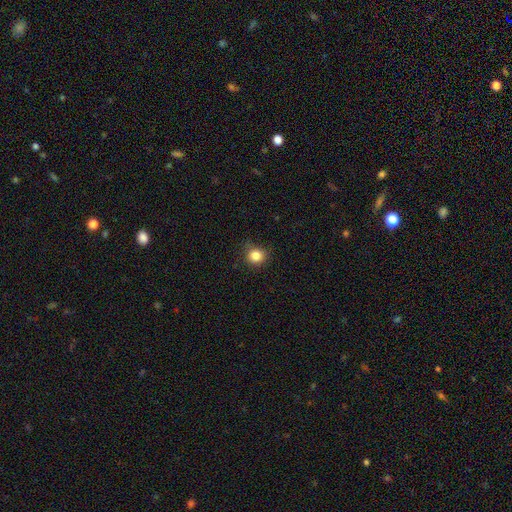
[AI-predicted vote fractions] Smooth or featured? smooth (84%)
How rounded? round (88%)
Merging? none (83%)